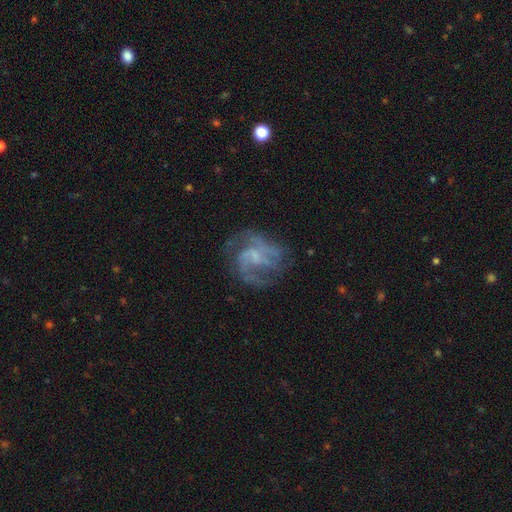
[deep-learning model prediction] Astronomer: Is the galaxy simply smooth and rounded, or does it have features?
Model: featured or disk — 82%.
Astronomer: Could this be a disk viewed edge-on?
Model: no — 98%.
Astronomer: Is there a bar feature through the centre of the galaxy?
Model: weak — 46% (runner-up: no, 43%).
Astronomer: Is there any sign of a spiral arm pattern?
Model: yes — 92%.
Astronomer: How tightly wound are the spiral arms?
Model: medium — 52% (runner-up: tight, 28%).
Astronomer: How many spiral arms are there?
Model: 2 — 40% (runner-up: 3, 25%).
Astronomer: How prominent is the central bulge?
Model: small — 46% (runner-up: none, 35%).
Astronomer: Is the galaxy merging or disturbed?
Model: none — 62%.